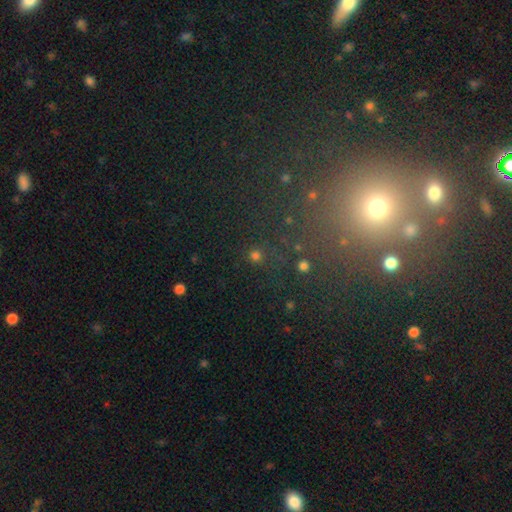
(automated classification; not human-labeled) Morphology: type=smooth (67%); roundness=round (94%); merging=none (84%).